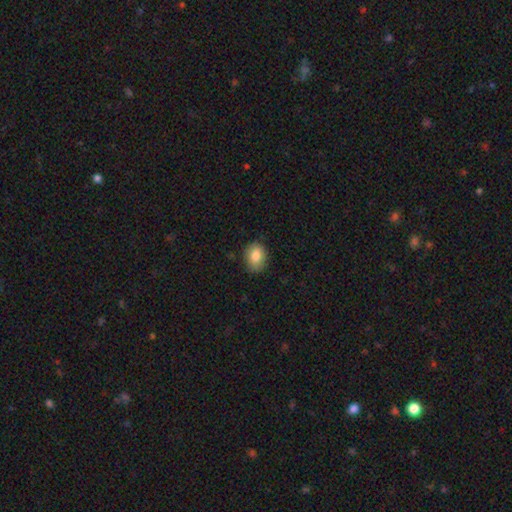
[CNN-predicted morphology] A smooth galaxy with no disk features (82%) that is in between round and cigar-shaped (63%).

Vote fractions:
- Smooth or featured? smooth: 82% / featured or disk: 9% / star or artifact: 8%
- How rounded? in between: 63% / round: 36% / cigar-shaped: 1%
- Merging? none: 82% / minor disturbance: 14% / major disturbance: 3% / merger: 1%